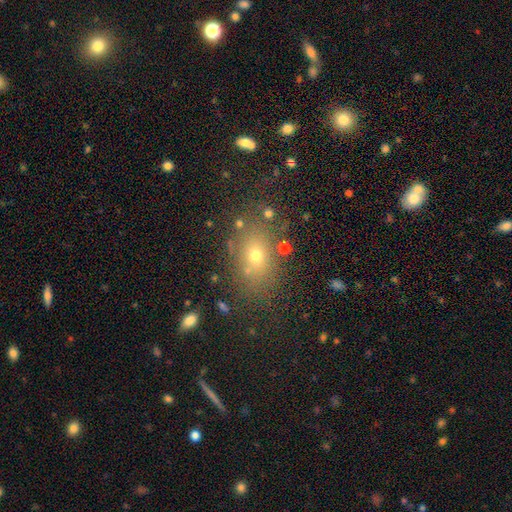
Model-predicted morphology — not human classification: Smooth or featured?
  - smooth: 65% *
  - star or artifact: 18%
  - featured or disk: 16%
How rounded?
  - in between: 70% *
  - round: 28%
  - cigar-shaped: 2%
Merging?
  - none: 76% *
  - minor disturbance: 13%
  - major disturbance: 6%
  - merger: 5%